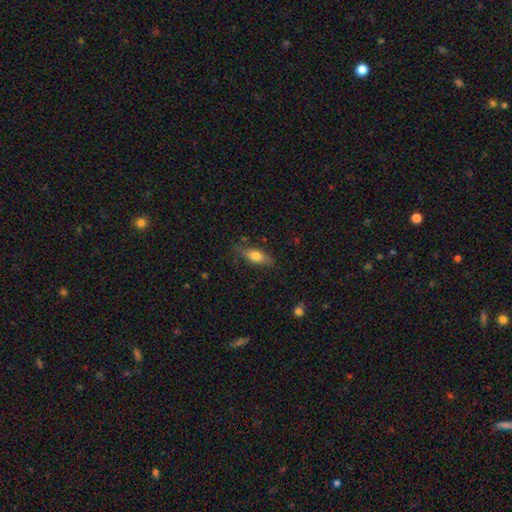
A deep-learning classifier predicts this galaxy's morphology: Overall: smooth (65%; featured or disk 28%). How rounded: in between (61%; cigar-shaped 36%). Merging: none (76%).